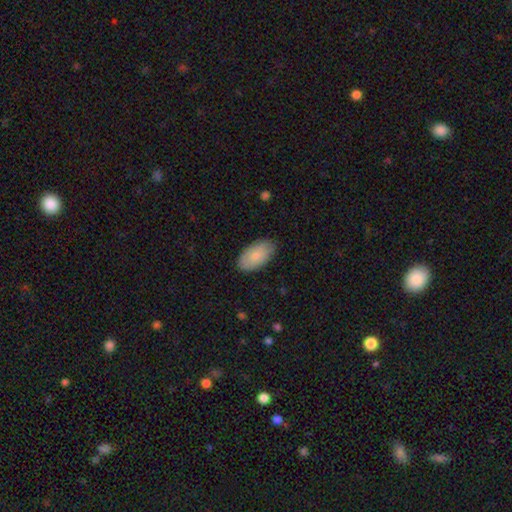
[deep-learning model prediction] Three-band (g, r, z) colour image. It shows a smooth galaxy with no disk features (85%) that is in between round and cigar-shaped (96%). Merging: none (84%).